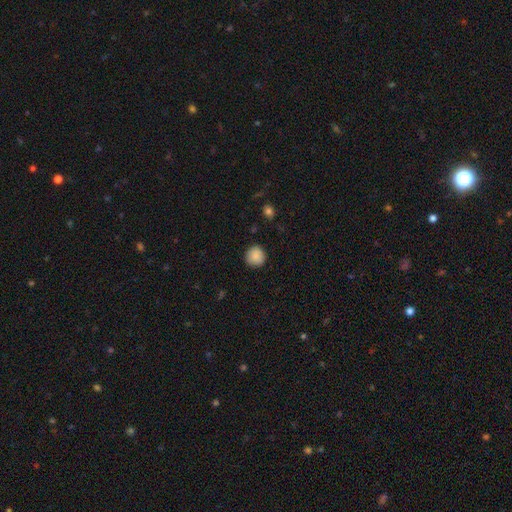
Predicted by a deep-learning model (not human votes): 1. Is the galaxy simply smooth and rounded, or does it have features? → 88% smooth, 8% star or artifact, 4% featured or disk.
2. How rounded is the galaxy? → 92% round, 7% in between, 1% cigar-shaped.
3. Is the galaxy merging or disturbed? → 87% none, 10% minor disturbance, 2% major disturbance, 1% merger.